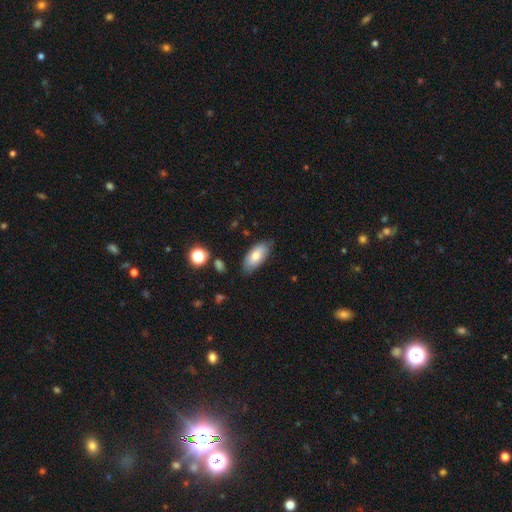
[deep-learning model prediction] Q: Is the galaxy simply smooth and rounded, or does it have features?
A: smooth — 76%.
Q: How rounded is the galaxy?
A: in between — 90%.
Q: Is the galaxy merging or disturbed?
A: none — 78%.